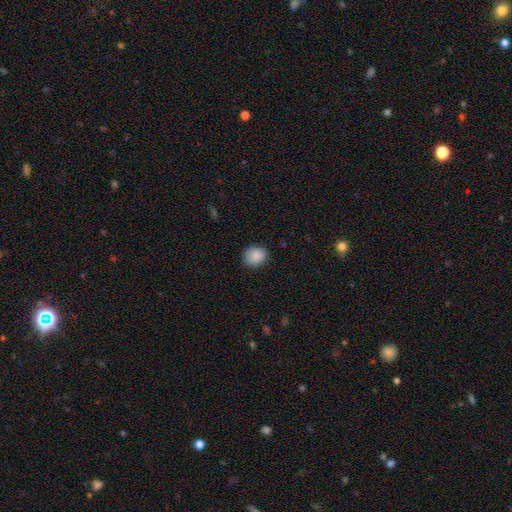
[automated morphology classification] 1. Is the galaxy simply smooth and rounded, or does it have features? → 88% smooth, 8% star or artifact, 4% featured or disk.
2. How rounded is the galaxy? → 62% round, 37% in between, 1% cigar-shaped.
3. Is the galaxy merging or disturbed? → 83% none, 14% minor disturbance, 3% major disturbance, 1% merger.